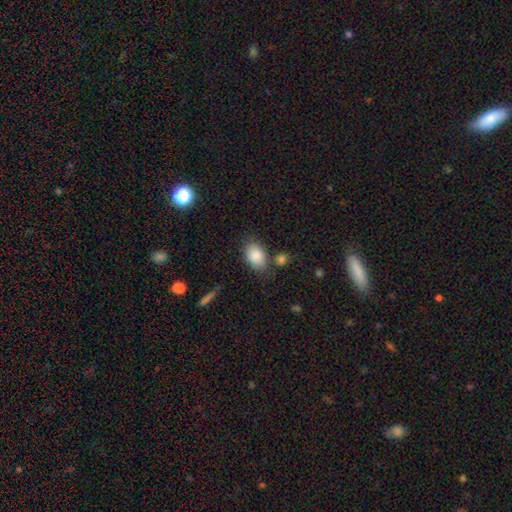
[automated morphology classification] This is clearly a smooth galaxy (87%). How rounded: clearly in between (85%). Merging: likely none (70%).